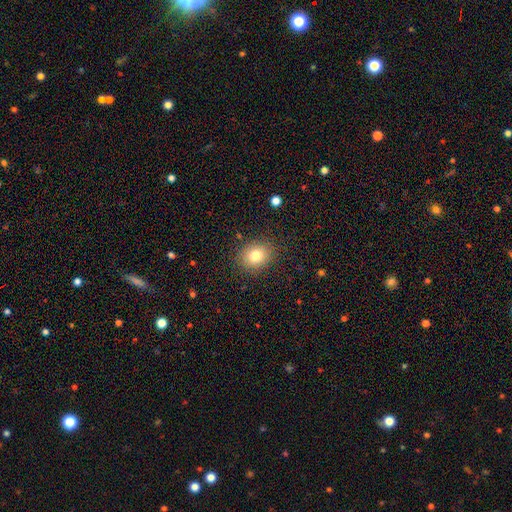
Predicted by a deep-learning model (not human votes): Smooth or featured? smooth (80%)
How rounded? round (58%)
Merging? none (87%)